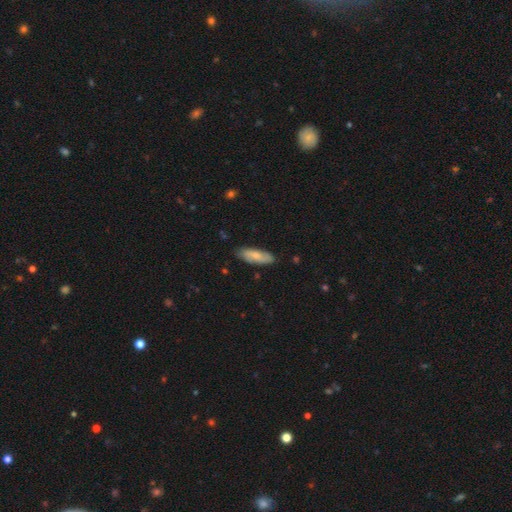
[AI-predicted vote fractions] Overall: smooth (69%). How rounded: in between (58%; cigar-shaped 40%). Merging: none (82%).